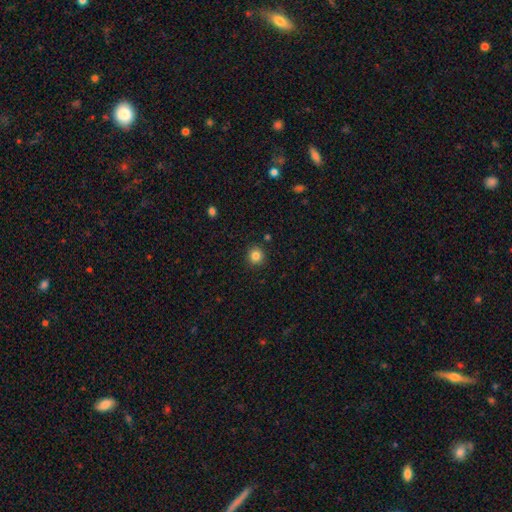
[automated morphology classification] This appears to be a smooth galaxy with no disk features (83%) that is round (92%). Merging: none (91%).